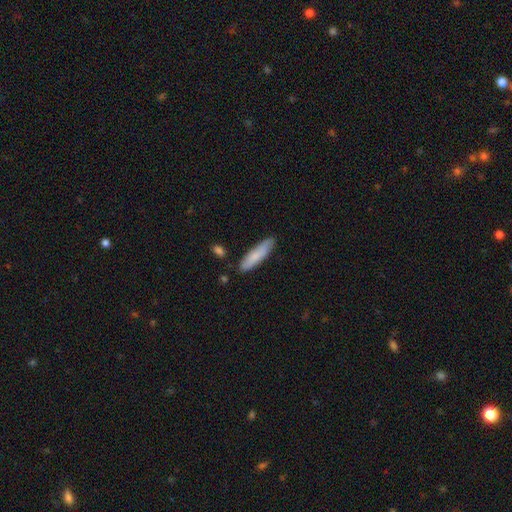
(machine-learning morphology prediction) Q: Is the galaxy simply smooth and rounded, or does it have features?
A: smooth — 77%.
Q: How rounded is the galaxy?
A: cigar-shaped — 75%.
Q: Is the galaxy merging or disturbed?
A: none — 81%.